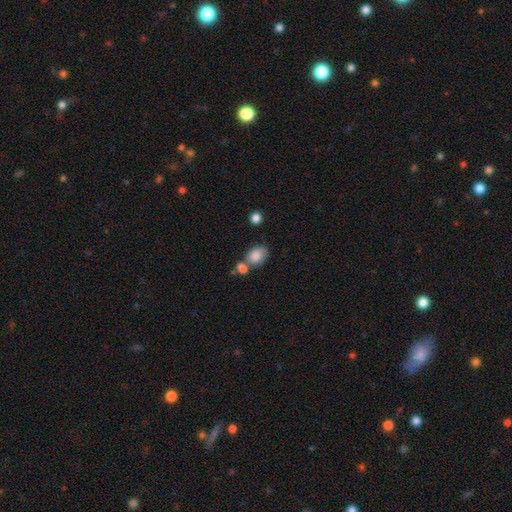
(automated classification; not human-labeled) Smooth or featured?
  - smooth: 82% *
  - featured or disk: 10%
  - star or artifact: 8%
How rounded?
  - in between: 76% *
  - round: 23%
  - cigar-shaped: 1%
Merging?
  - none: 41% *
  - merger: 33%
  - minor disturbance: 18%
  - major disturbance: 7%